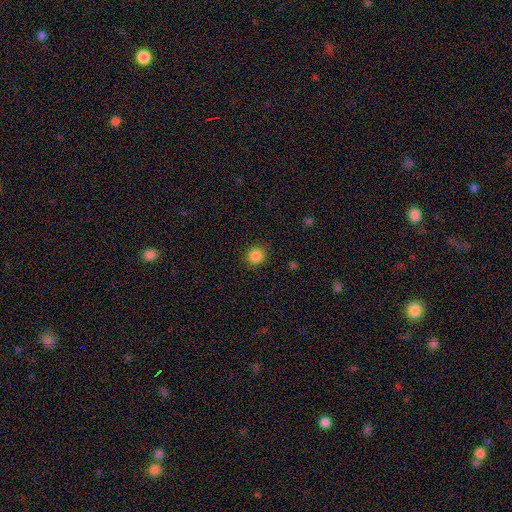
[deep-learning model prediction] Smooth or featured: smooth — 86% (star or artifact — 11%)
How rounded: round — 89% (in between — 10%)
Merging: none — 90% (minor disturbance — 7%)